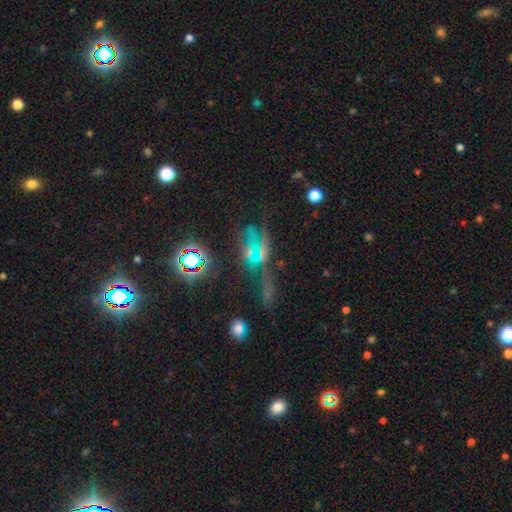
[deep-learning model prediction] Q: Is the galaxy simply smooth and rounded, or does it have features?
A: star or artifact — 56%.